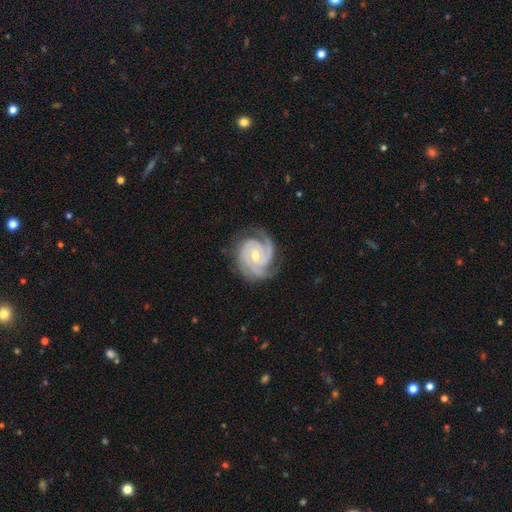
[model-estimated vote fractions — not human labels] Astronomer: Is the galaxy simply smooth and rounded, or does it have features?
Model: featured or disk — 92%.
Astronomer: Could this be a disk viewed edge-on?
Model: no — 98%.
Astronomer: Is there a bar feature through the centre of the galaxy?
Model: no — 49% (runner-up: weak, 40%).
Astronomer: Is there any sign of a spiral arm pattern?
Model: yes — 98%.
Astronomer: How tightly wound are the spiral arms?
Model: tight — 70%.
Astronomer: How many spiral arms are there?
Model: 3 — 50% (runner-up: 2, 28%).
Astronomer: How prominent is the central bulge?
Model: moderate — 53% (runner-up: small, 44%).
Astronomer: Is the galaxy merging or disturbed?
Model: none — 76%.